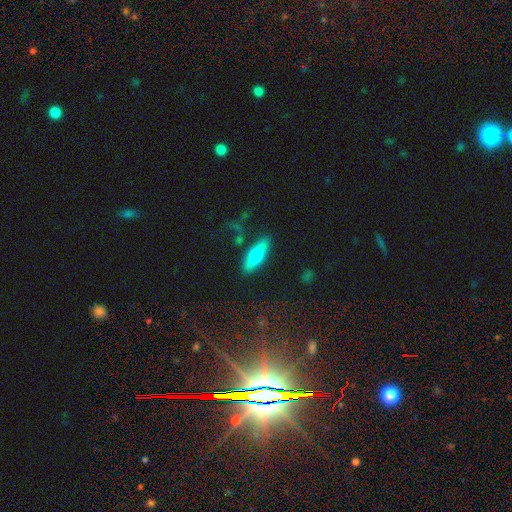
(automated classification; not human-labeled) Q: Smooth or featured?
A: smooth (59%); runner-up: featured or disk (35%)
Q: How rounded?
A: cigar-shaped (52%); runner-up: in between (45%)
Q: Merging?
A: none (84%); runner-up: minor disturbance (10%)